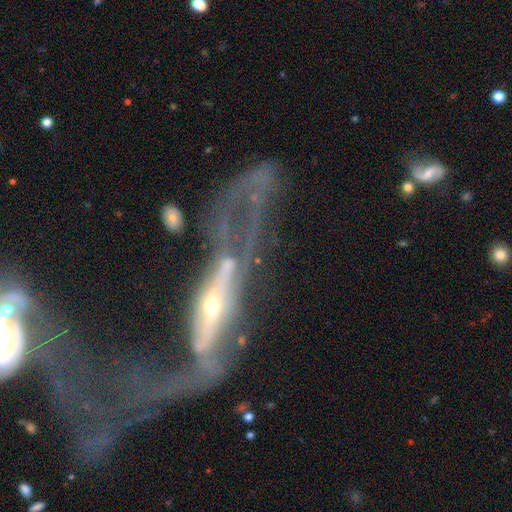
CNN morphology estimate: type=featured or disk (79%); edge-on=no (69%); bar=no (51%); spiral arms=yes (60%); bulge=small (55%); merging=major disturbance (44%).